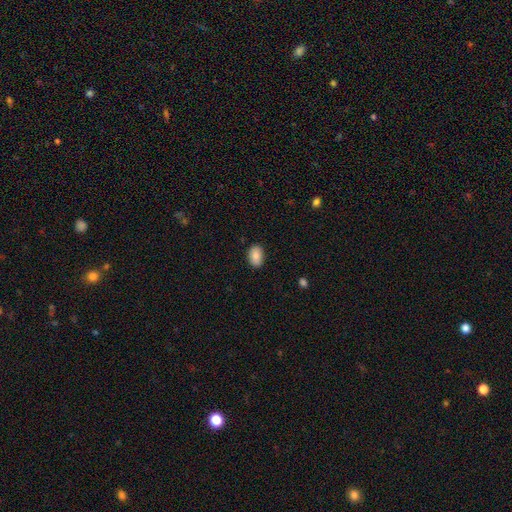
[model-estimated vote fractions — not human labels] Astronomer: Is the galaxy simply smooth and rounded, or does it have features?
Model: smooth — 85%.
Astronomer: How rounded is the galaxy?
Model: in between — 86%.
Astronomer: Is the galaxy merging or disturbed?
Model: none — 87%.